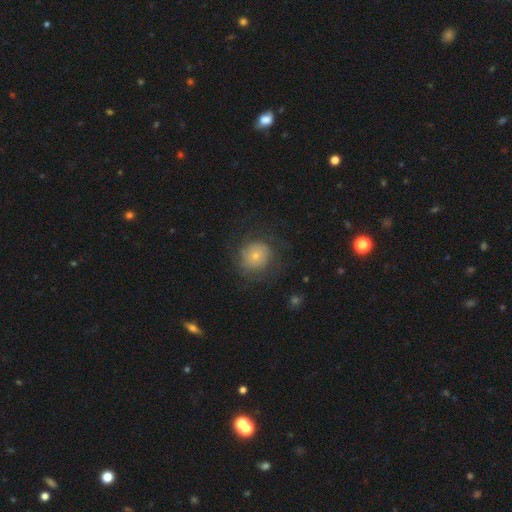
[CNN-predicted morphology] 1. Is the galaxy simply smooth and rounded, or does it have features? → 64% smooth, 27% featured or disk, 9% star or artifact.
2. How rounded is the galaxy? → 87% round, 12% in between, 1% cigar-shaped.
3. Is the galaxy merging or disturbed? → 66% none, 18% minor disturbance, 15% major disturbance, 1% merger.